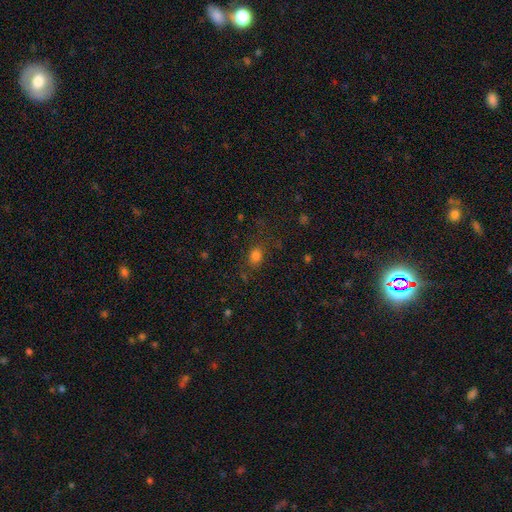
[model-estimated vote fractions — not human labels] Q: Smooth or featured?
A: smooth (78%); runner-up: star or artifact (16%)
Q: How rounded?
A: round (49%); tied with: in between (49%)
Q: Merging?
A: none (74%); runner-up: minor disturbance (16%)